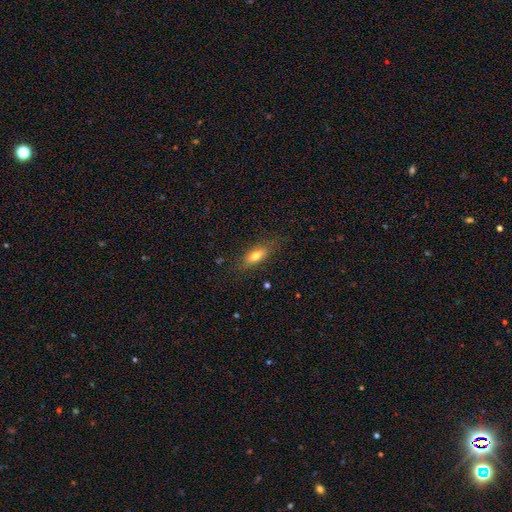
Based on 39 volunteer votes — This is likely a smooth galaxy (67%). How rounded: clearly in between (88%). Merging: clearly none (81%).